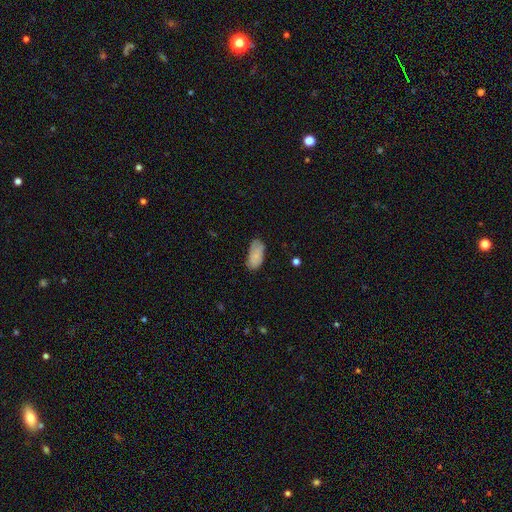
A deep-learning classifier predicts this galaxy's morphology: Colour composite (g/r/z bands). It shows a smooth galaxy with no disk features (79%) that is in between round and cigar-shaped (94%). Merging: none (59%).